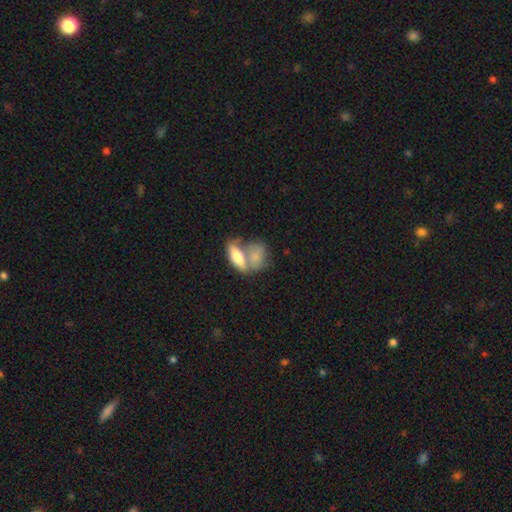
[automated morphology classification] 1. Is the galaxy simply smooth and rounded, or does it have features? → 72% smooth, 22% featured or disk, 7% star or artifact.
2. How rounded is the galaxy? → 70% in between, 20% round, 9% cigar-shaped.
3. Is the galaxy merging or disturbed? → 55% merger, 28% none, 11% minor disturbance, 6% major disturbance.